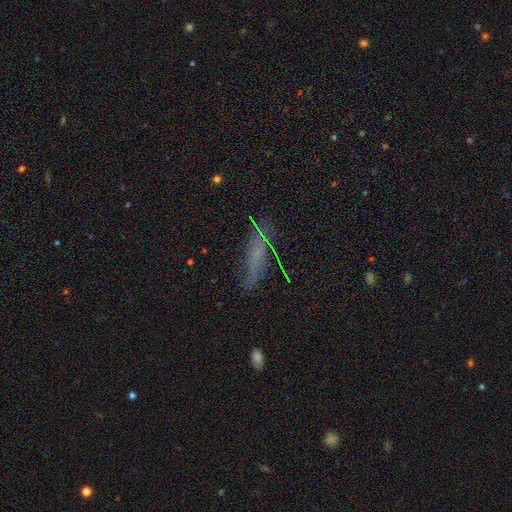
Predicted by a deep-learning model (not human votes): smooth-or-featured: featured or disk: 42% | smooth: 39% | star or artifact: 19%
  merging: none: 61% | minor disturbance: 22% | major disturbance: 14% | merger: 3%